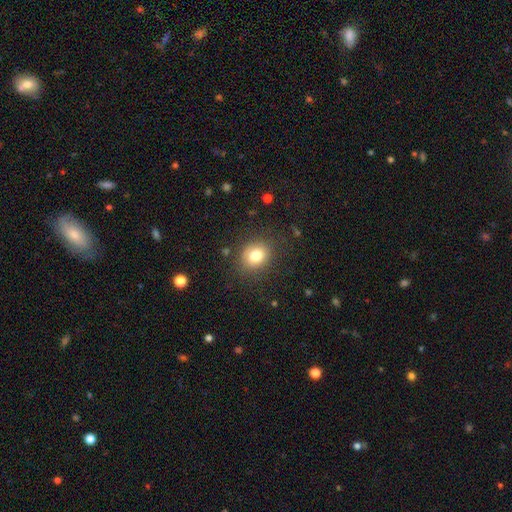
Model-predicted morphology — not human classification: smooth_or_featured: smooth (p=0.80) [alt: star or artifact p=0.11]
how_rounded: round (p=0.61) [alt: in between p=0.38]
merging: none (p=0.84) [alt: minor disturbance p=0.11]